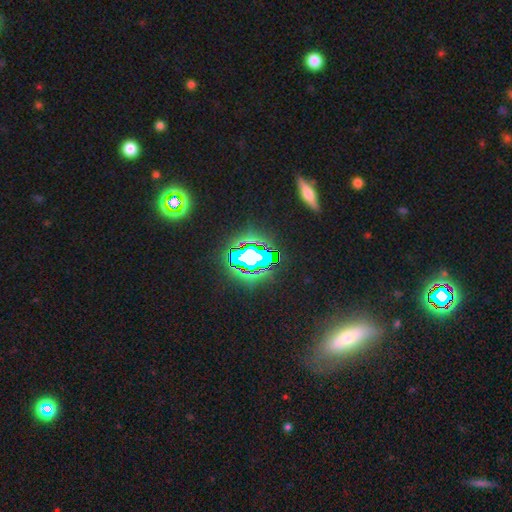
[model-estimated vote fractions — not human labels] Smooth or featured: star or artifact — 72% (smooth — 16%)